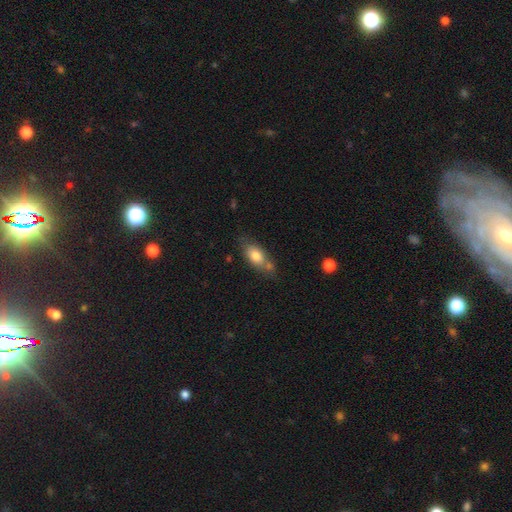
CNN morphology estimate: This is likely a smooth galaxy (75%). How rounded: clearly in between (83%). Merging: possibly none (54%).